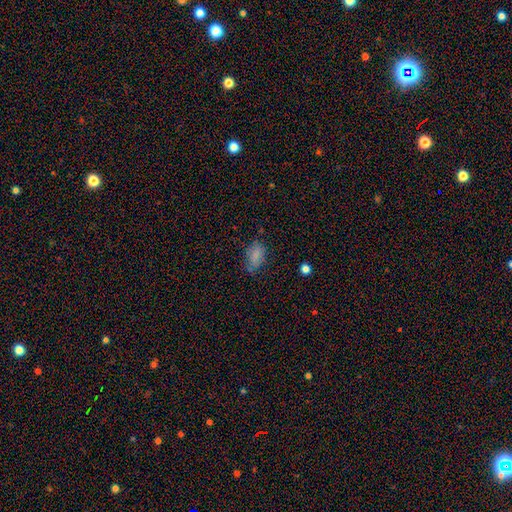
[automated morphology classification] This is likely a smooth galaxy (78%). How rounded: clearly in between (89%). Merging: likely none (62%).